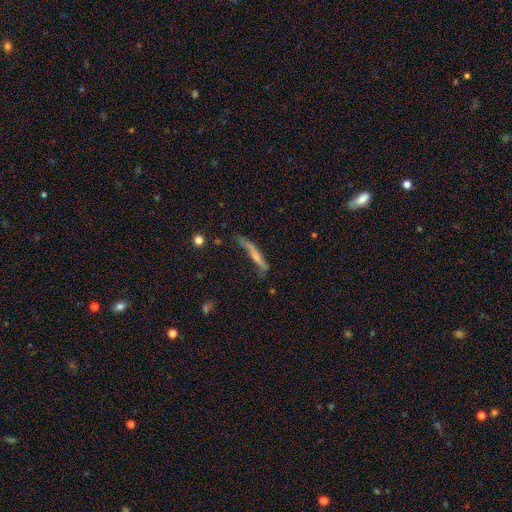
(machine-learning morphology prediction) A smooth galaxy with no disk features (48%).

Vote fractions:
- Smooth or featured? smooth: 48% / featured or disk: 44% / star or artifact: 7%
- Merging? none: 51% / minor disturbance: 31% / major disturbance: 14% / merger: 5%